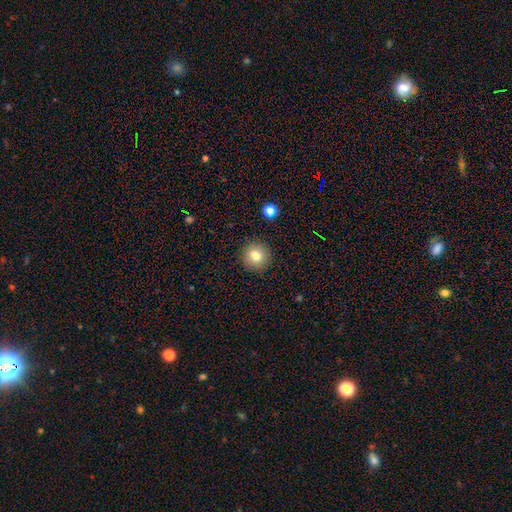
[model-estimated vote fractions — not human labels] This is likely a smooth galaxy (79%). How rounded: clearly round (94%). Merging: clearly none (91%).